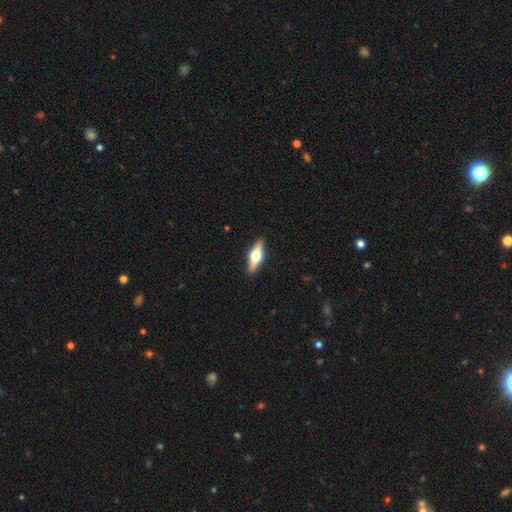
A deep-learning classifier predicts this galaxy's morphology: This appears to be a featured or disk galaxy (65%) viewed edge-on (96%) with a rounded central bulge (96%). Merging: none (90%).